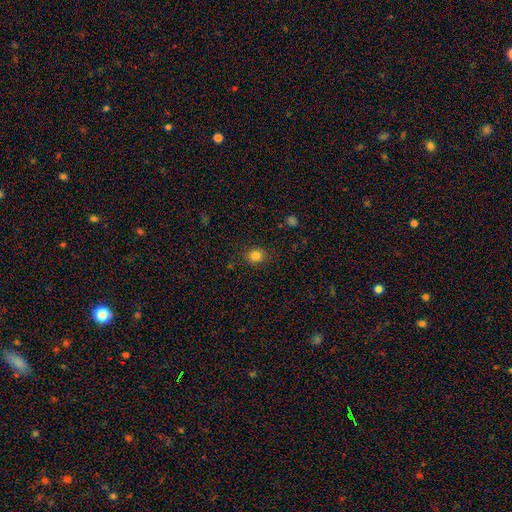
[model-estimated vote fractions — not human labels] This appears to be a smooth galaxy with no disk features (83%) that is round (65%). Merging: none (87%).